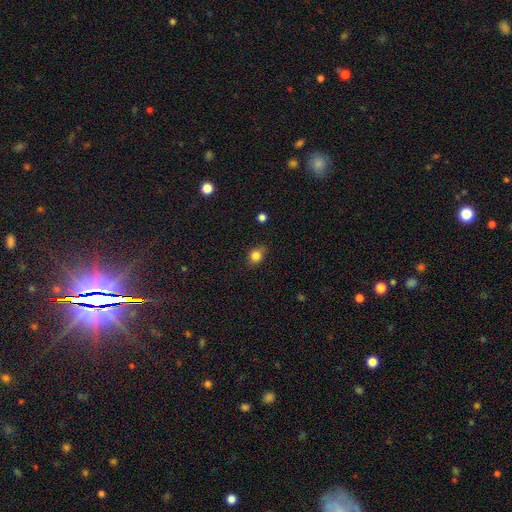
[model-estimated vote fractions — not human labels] The model was most divided on "how rounded": round: 64%, in between: 35%, cigar-shaped: 1%. More confident: smooth or featured — smooth (83%); merging — none (72%).